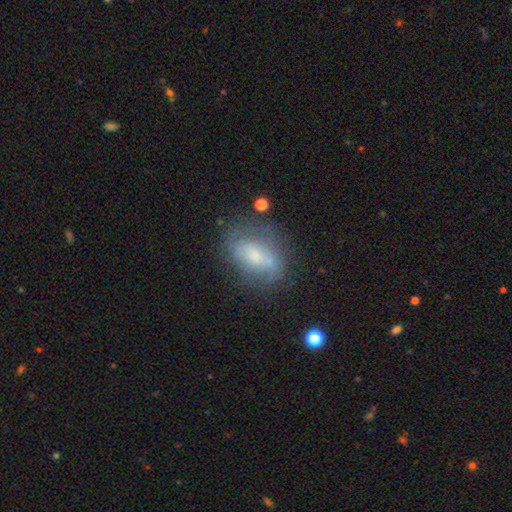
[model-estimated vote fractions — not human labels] This appears to be a smooth galaxy with no disk features (48%). Merging: none (56%).